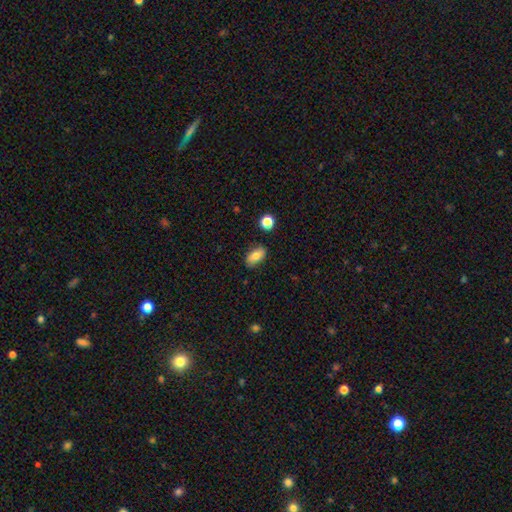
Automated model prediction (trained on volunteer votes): A smooth galaxy with no disk features (78%) that is in between round and cigar-shaped (88%). Merging: none (83%).